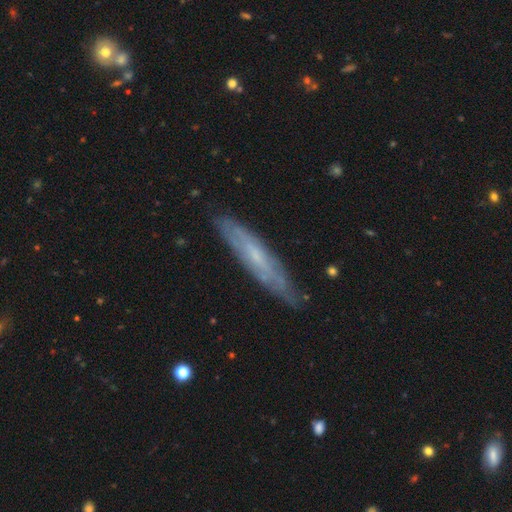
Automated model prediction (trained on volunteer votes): Smooth or featured?
  - featured or disk: 60% *
  - smooth: 34%
  - star or artifact: 7%
Edge-on disk?
  - yes: 60% *
  - no: 40%
Merging?
  - none: 77% *
  - minor disturbance: 18%
  - major disturbance: 3%
  - merger: 1%